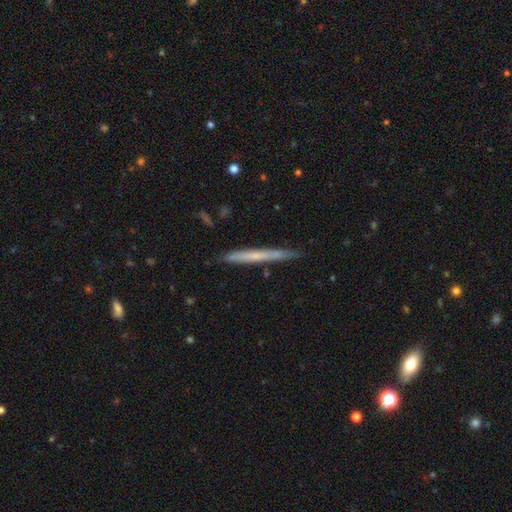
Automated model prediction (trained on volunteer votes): Smooth or featured? Predicted: smooth (p=0.51). How rounded? Predicted: cigar-shaped (p=0.97). Merging? Predicted: none (p=0.86).